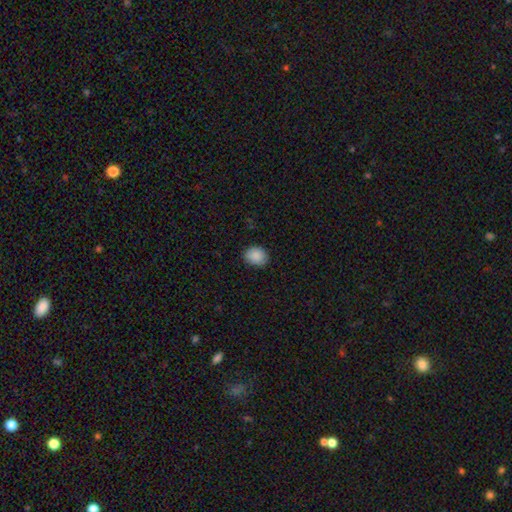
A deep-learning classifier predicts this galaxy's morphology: Smooth or featured? Predicted: smooth (p=0.89). How rounded? Predicted: round (p=0.57). Merging? Predicted: none (p=0.86).